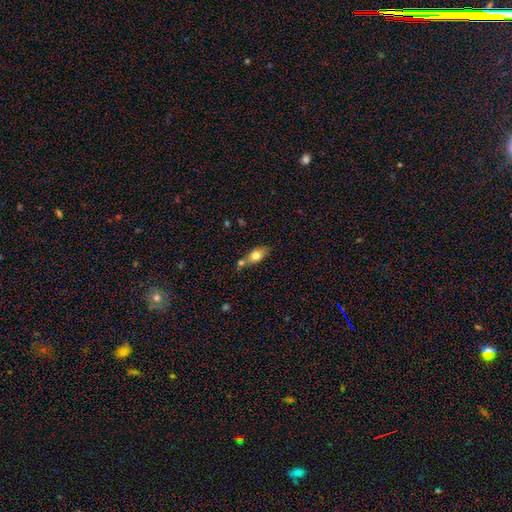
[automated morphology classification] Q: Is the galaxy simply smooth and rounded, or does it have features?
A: smooth — 72%.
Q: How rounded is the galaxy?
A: in between — 78%.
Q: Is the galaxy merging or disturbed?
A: none — 52%.